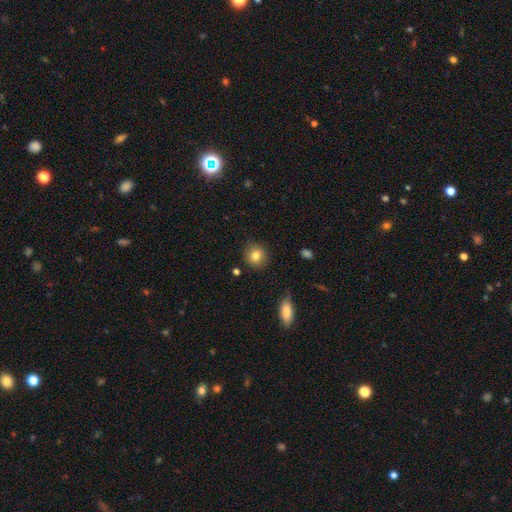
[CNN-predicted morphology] This appears to be a smooth galaxy with no disk features (82%) that is round (89%). Merging: none (88%).